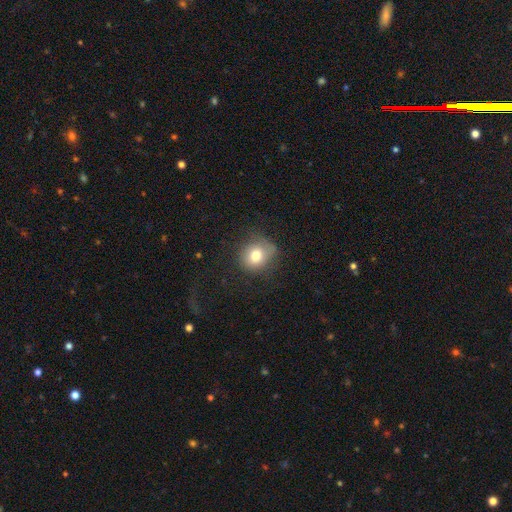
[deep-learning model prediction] smooth-or-featured: smooth: 74% | featured or disk: 14% | star or artifact: 12%
  how-rounded: round: 80% | in between: 19% | cigar-shaped: 1%
  merging: none: 69% | minor disturbance: 20% | major disturbance: 9% | merger: 1%